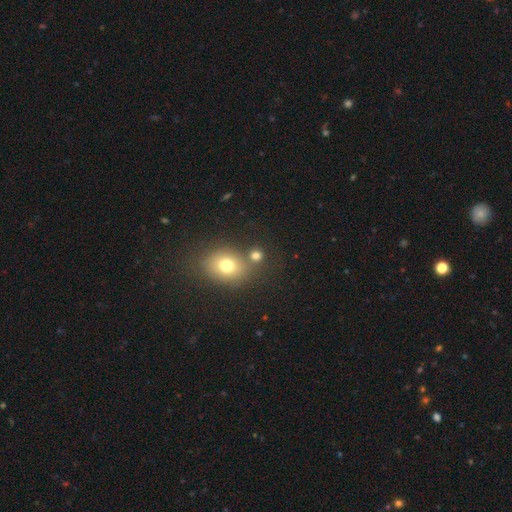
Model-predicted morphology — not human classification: Q: Smooth or featured?
A: smooth (74%); runner-up: star or artifact (17%)
Q: How rounded?
A: round (76%); runner-up: in between (22%)
Q: Merging?
A: none (64%); runner-up: merger (22%)